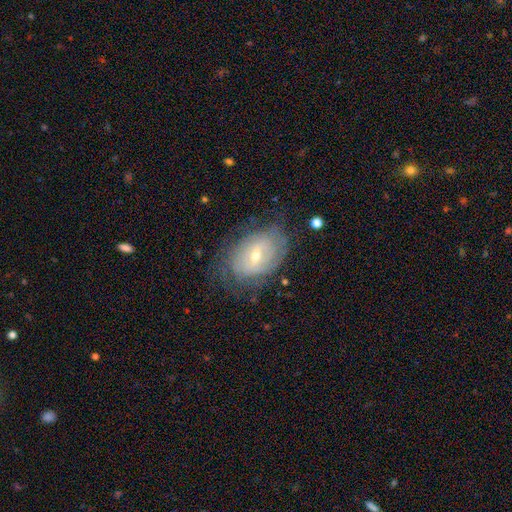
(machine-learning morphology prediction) Smooth or featured? Predicted: featured or disk (p=0.68). Edge-on disk? Predicted: no (p=0.94). Bar? Predicted: weak (p=0.50). Spiral arms? Predicted: yes (p=0.73). Bulge size? Predicted: small (p=0.55). Merging? Predicted: none (p=0.67).